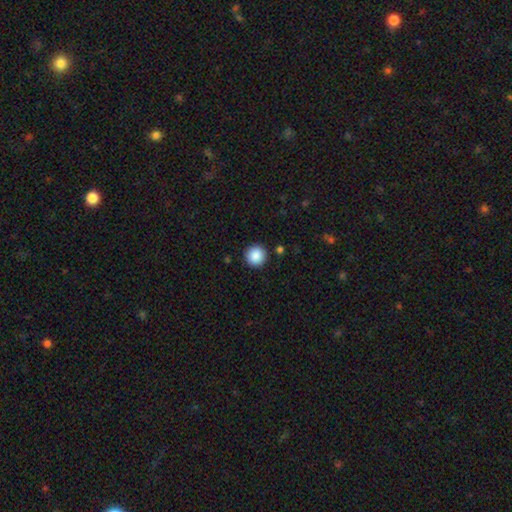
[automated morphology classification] Q: Smooth or featured?
A: smooth (88%); runner-up: star or artifact (8%)
Q: How rounded?
A: round (96%); runner-up: in between (3%)
Q: Merging?
A: none (91%); runner-up: minor disturbance (5%)